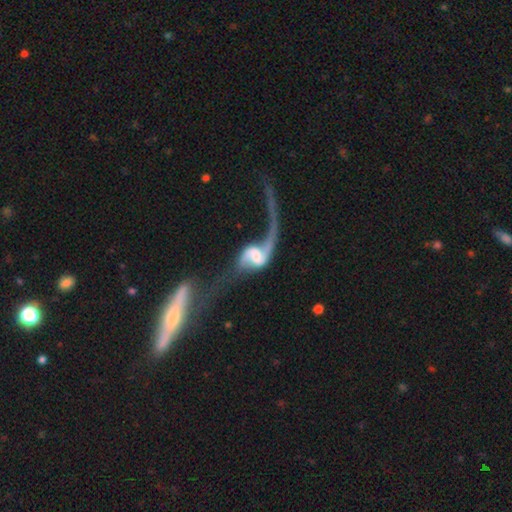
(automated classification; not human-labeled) Smooth or featured? featured or disk (84%)
Edge-on disk? no (97%)
Bar? weak (46%)
Spiral arms? yes (92%)
Spiral winding? loose (87%)
Spiral arm count? 2 (81%)
Bulge size? moderate (33%)
Merging? major disturbance (42%)